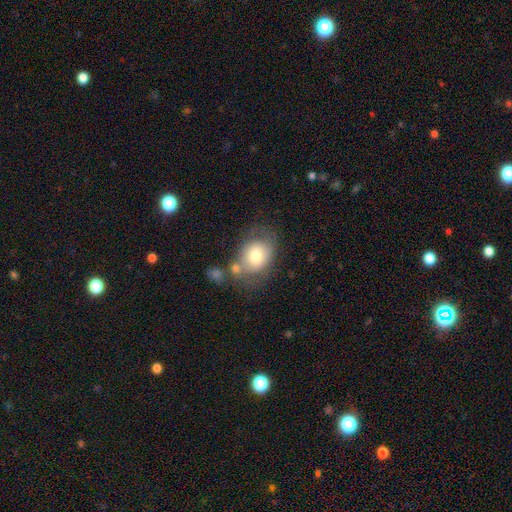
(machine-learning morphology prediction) This is likely a smooth galaxy (66%). How rounded: likely in between (63%). Merging: possibly none (49%).